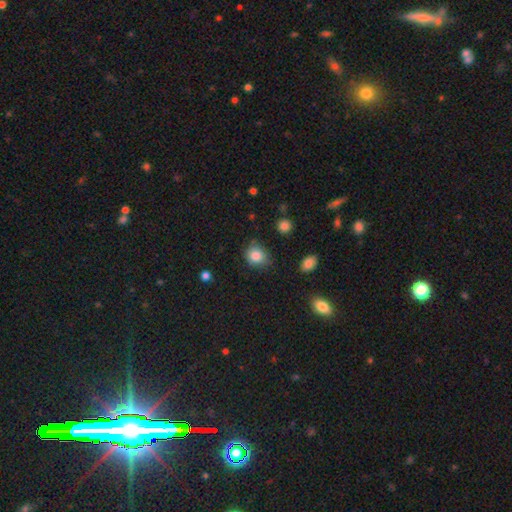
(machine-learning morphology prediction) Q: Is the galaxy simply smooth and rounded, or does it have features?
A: smooth — 84%.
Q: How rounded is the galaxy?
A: round — 69%.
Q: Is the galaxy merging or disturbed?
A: none — 69%.